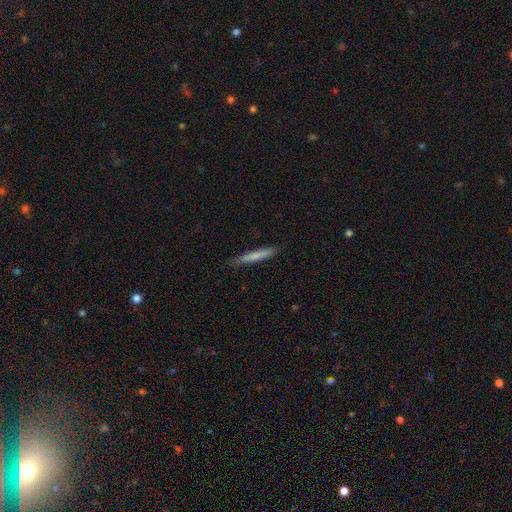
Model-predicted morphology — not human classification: This is likely a smooth galaxy (71%). How rounded: clearly cigar-shaped (95%). Merging: clearly none (87%).